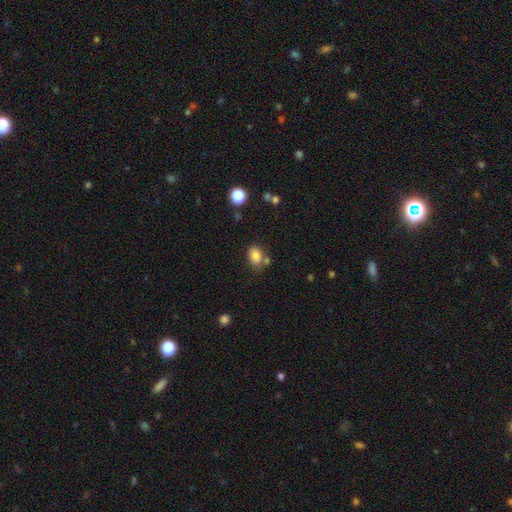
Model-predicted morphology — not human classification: smooth-or-featured: smooth: 82% | star or artifact: 10% | featured or disk: 8%
  how-rounded: in between: 79% | round: 19% | cigar-shaped: 1%
  merging: none: 62% | minor disturbance: 17% | merger: 17% | major disturbance: 5%